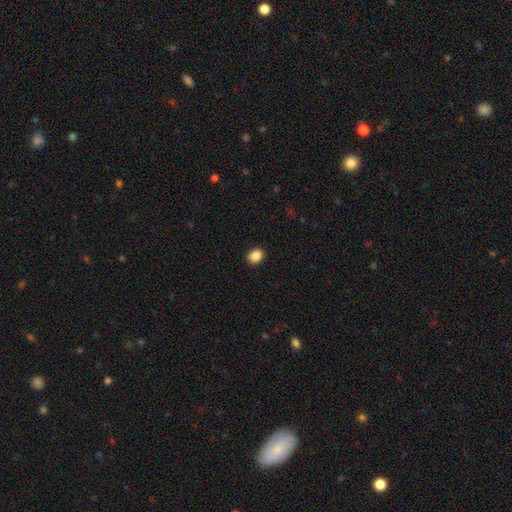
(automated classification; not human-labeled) A smooth galaxy with no disk features (88%) that is round (53%).

Vote fractions:
- Smooth or featured? smooth: 88% / star or artifact: 9% / featured or disk: 4%
- How rounded? round: 53% / in between: 47% / cigar-shaped: 1%
- Merging? none: 91% / minor disturbance: 6% / major disturbance: 2% / merger: 1%